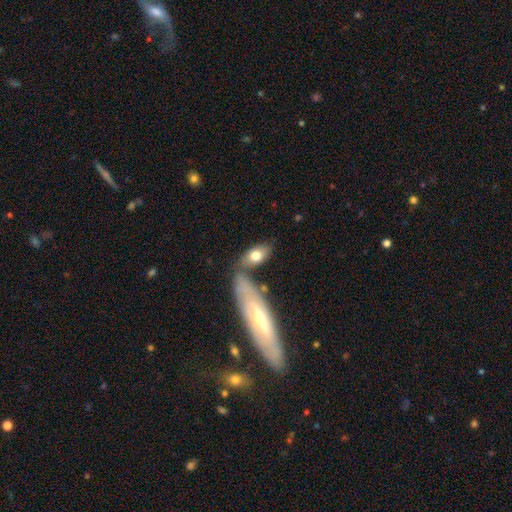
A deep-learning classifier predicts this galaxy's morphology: The model was most divided on "merging": none: 54%, merger: 24%, minor disturbance: 15%, major disturbance: 7%. More confident: how rounded — in between (86%); smooth or featured — smooth (71%).